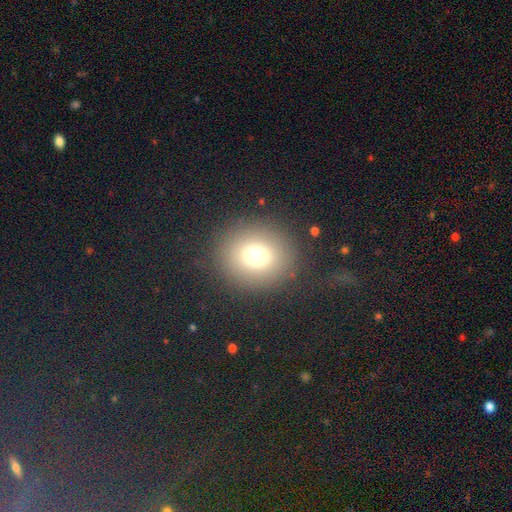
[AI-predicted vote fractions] smooth_or_featured: smooth (p=0.73) [alt: star or artifact p=0.17]
how_rounded: round (p=0.83) [alt: in between p=0.16]
merging: none (p=0.87) [alt: minor disturbance p=0.07]